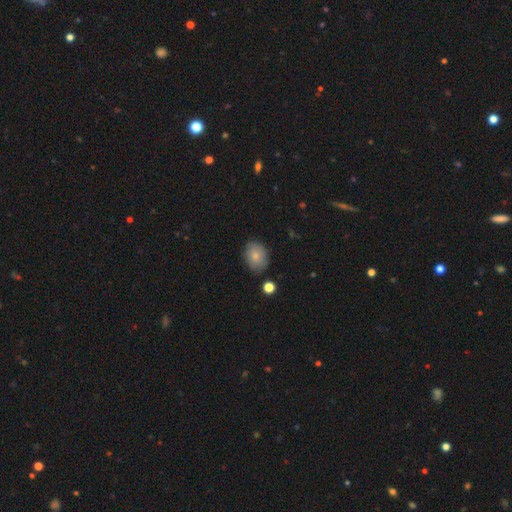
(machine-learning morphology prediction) The model was most divided on "how rounded": in between: 58%, round: 41%, cigar-shaped: 1%. More confident: merging — none (81%); smooth or featured — smooth (80%).